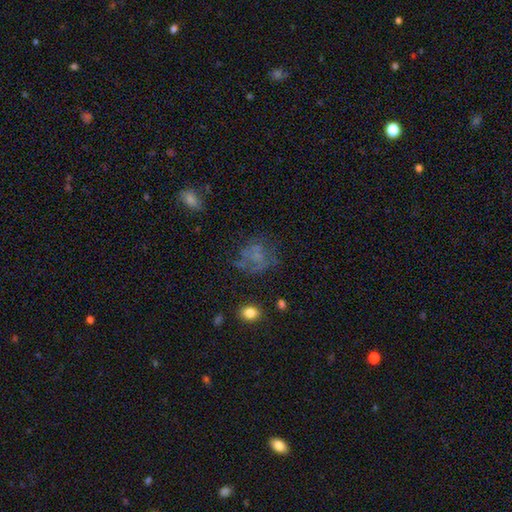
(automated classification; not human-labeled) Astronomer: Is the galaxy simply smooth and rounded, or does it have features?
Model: featured or disk — 41% (runner-up: smooth, 39%).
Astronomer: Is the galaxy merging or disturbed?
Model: none — 49% (runner-up: major disturbance, 27%).